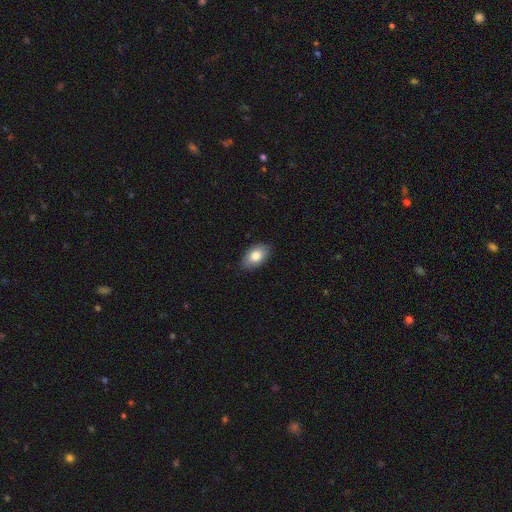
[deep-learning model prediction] This is clearly a smooth galaxy (83%). How rounded: clearly in between (92%). Merging: clearly none (85%).